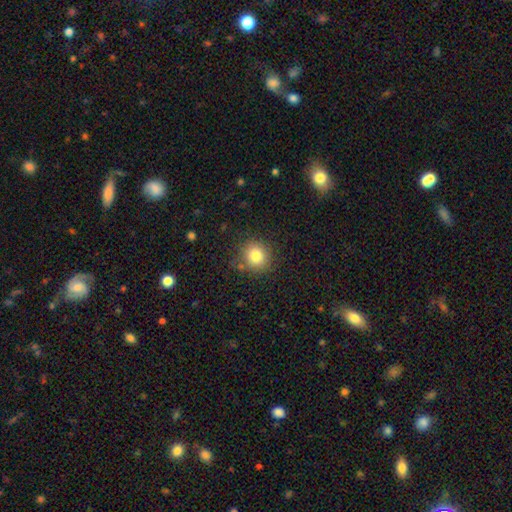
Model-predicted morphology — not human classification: This appears to be a smooth galaxy with no disk features (81%) that is round (86%). Merging: none (84%).